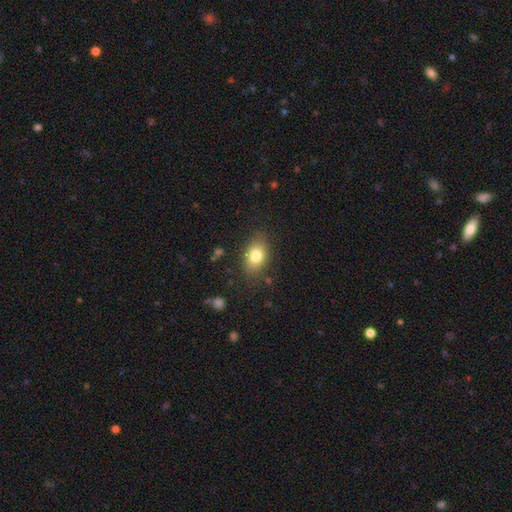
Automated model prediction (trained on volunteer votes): Overall: smooth (79%). How rounded: in between (83%). Merging: none (81%).